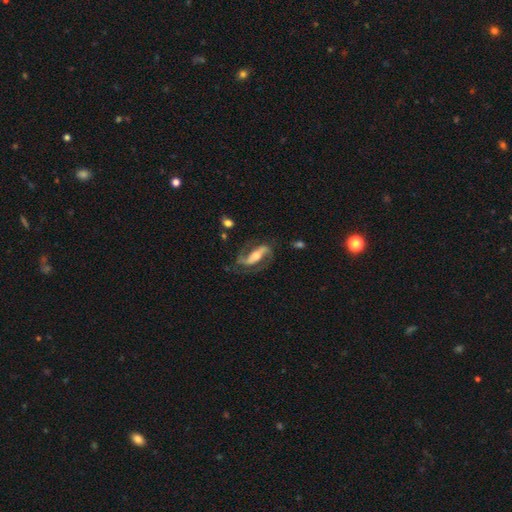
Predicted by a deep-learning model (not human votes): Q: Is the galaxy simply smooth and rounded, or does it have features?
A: featured or disk — 87%.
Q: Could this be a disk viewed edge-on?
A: no — 92%.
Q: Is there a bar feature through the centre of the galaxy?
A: strong — 54%.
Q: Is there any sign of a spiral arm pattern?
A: yes — 95%.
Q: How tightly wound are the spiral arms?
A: medium — 48%.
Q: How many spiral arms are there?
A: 2 — 91%.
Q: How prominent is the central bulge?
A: moderate — 59%.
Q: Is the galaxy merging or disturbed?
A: none — 71%.